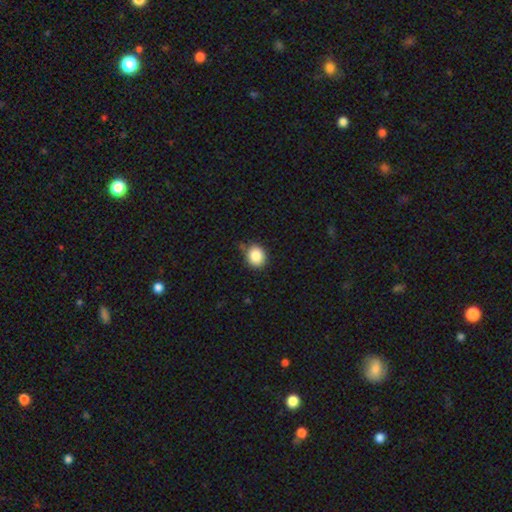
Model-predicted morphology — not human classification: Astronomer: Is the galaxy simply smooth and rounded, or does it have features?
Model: smooth — 85%.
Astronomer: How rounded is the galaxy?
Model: round — 75%.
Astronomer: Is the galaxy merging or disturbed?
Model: none — 76%.